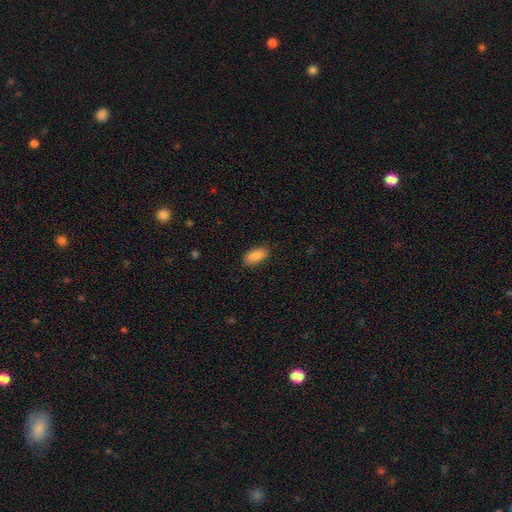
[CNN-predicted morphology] This appears to be a smooth galaxy with no disk features (87%) that is in between round and cigar-shaped (91%). Merging: none (86%).